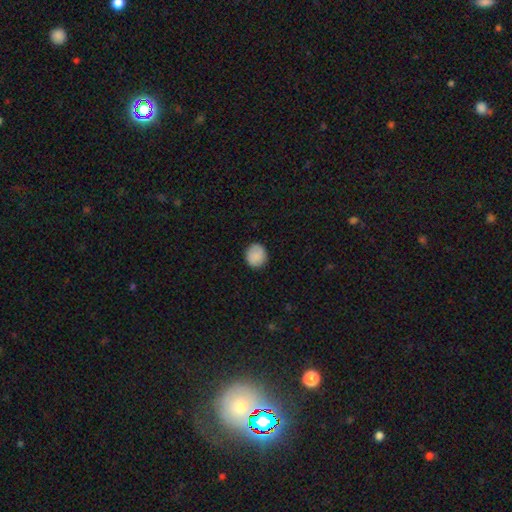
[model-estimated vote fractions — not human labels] Smooth or featured: smooth — 87% (star or artifact — 7%)
How rounded: round — 85% (in between — 14%)
Merging: none — 89% (minor disturbance — 9%)